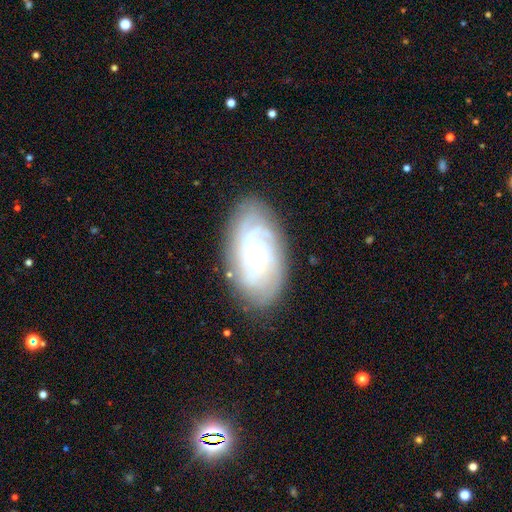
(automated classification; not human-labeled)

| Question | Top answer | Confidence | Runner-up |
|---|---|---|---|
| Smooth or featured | featured or disk | 80% | smooth (13%) |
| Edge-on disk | no | 96% | yes (4%) |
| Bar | no | 65% | weak (28%) |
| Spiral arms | yes | 96% | no (4%) |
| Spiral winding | tight | 74% | medium (22%) |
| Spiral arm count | can't tell | 34% | 3 (20%) |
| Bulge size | small | 77% | moderate (14%) |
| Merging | none | 78% | minor disturbance (15%) |